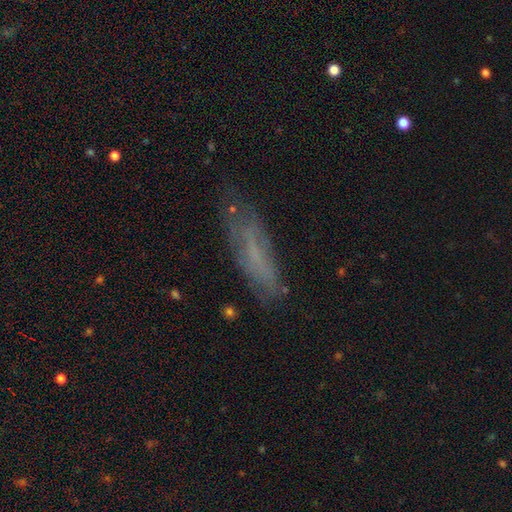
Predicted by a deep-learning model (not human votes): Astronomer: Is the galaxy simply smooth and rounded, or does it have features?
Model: smooth — 47% (runner-up: featured or disk, 38%).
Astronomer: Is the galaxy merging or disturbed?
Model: none — 67%.